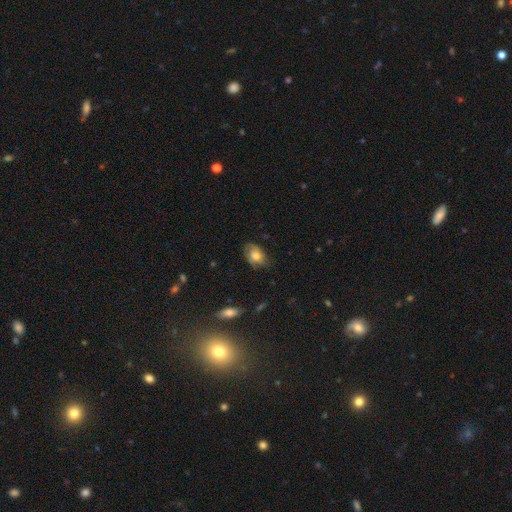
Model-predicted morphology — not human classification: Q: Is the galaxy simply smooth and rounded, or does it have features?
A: smooth — 52%.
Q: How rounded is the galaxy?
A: in between — 80%.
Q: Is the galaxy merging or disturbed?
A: none — 66%.